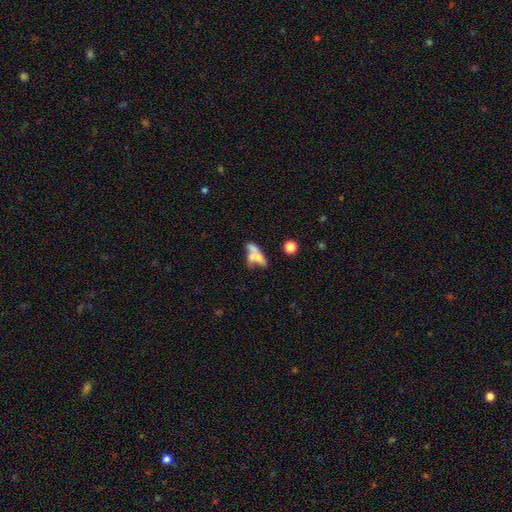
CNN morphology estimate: The model was most divided on "smooth or featured": smooth: 50%, featured or disk: 39%, star or artifact: 11%. More confident: merging — merger (55%).